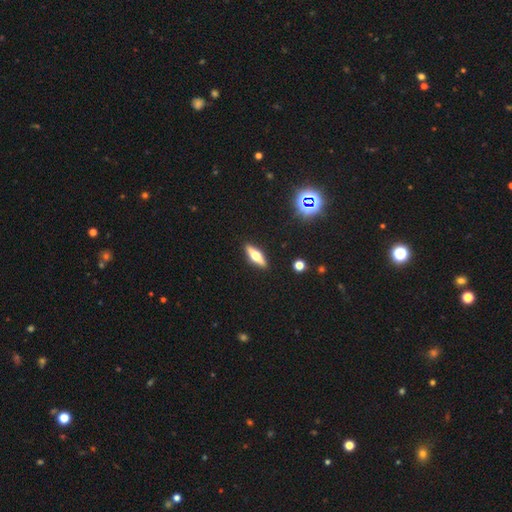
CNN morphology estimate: The model was most divided on "smooth or featured": featured or disk: 55%, smooth: 36%, star or artifact: 8%. More confident: edge-on bulge — rounded (95%); edge-on disk — yes (92%); merging — none (90%).